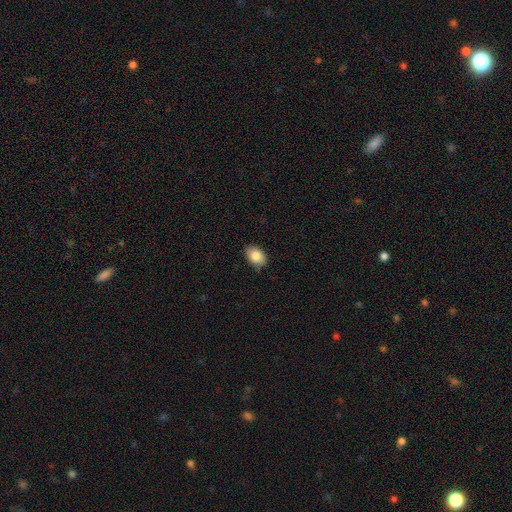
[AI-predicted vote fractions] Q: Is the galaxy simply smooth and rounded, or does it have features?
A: smooth — 85%.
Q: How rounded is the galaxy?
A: in between — 85%.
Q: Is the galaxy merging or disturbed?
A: none — 83%.